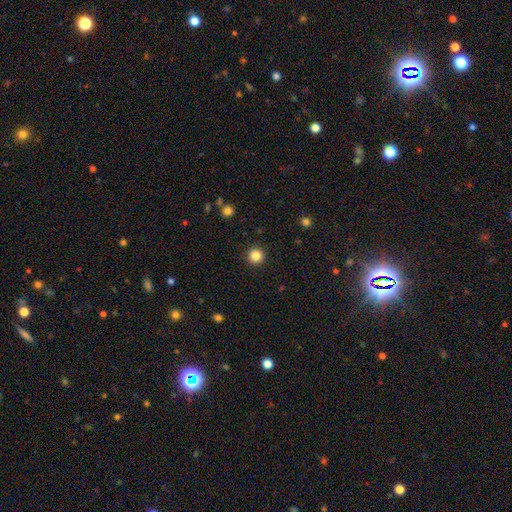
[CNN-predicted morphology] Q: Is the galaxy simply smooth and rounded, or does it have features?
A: smooth — 85%.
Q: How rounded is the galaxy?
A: round — 96%.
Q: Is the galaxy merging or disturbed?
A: none — 93%.